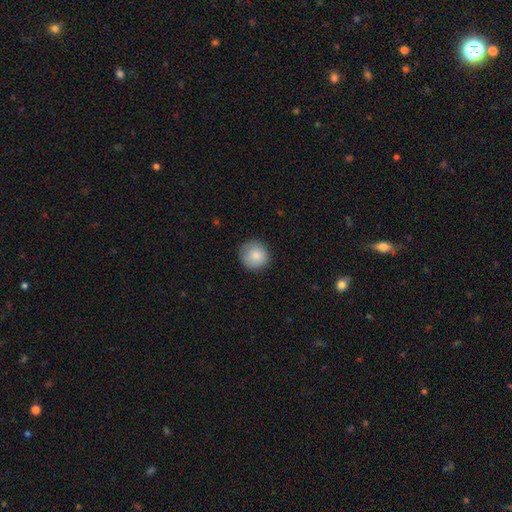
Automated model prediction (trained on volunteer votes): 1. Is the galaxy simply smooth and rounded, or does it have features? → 86% smooth, 8% star or artifact, 6% featured or disk.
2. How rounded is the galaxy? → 92% round, 7% in between, 1% cigar-shaped.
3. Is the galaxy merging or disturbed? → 86% none, 11% minor disturbance, 2% major disturbance, 1% merger.